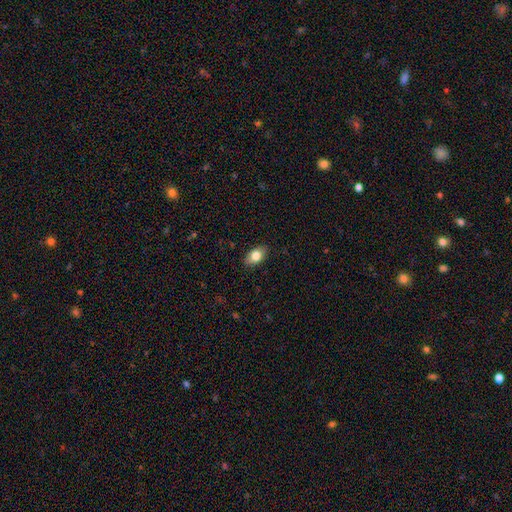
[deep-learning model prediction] A smooth galaxy with no disk features (81%) that is in between round and cigar-shaped (90%). Merging: none (87%).